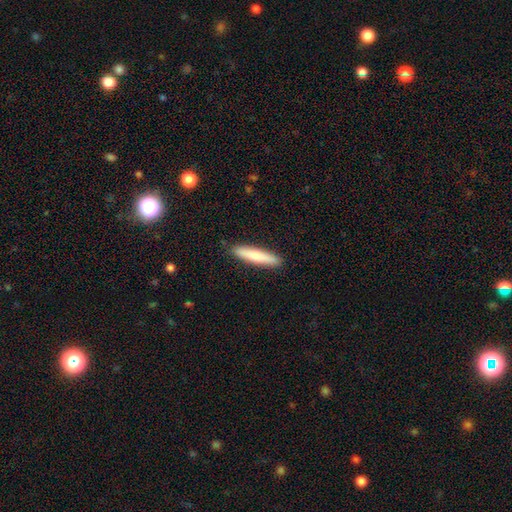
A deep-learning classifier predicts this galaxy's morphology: This appears to be a smooth galaxy with no disk features (76%) that is cigar-shaped (90%). Merging: none (90%).